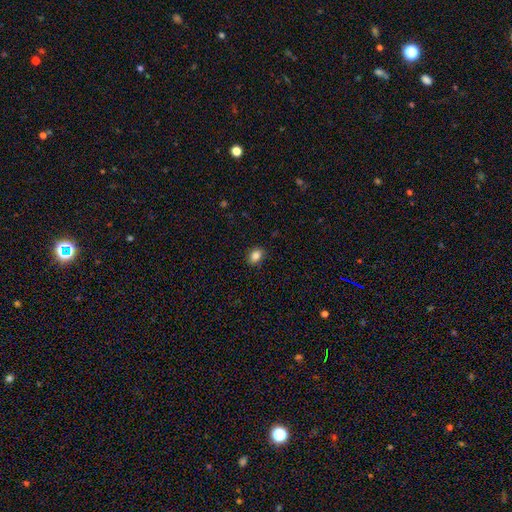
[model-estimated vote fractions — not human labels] Smooth or featured? smooth (86%)
How rounded? in between (70%)
Merging? none (88%)